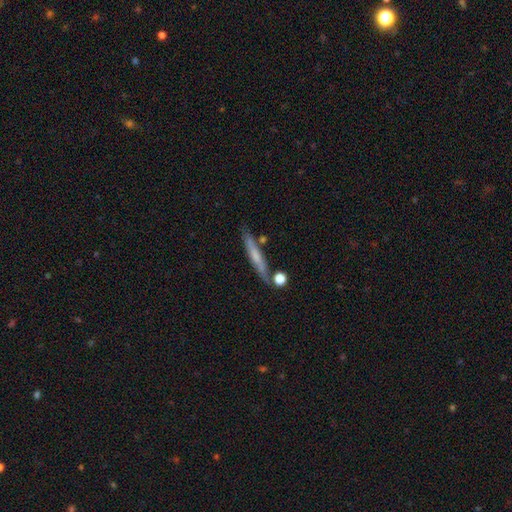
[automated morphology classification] A smooth galaxy with no disk features (49%).

Vote fractions:
- Smooth or featured? smooth: 49% / featured or disk: 44% / star or artifact: 7%
- Merging? none: 75% / minor disturbance: 14% / merger: 8% / major disturbance: 4%